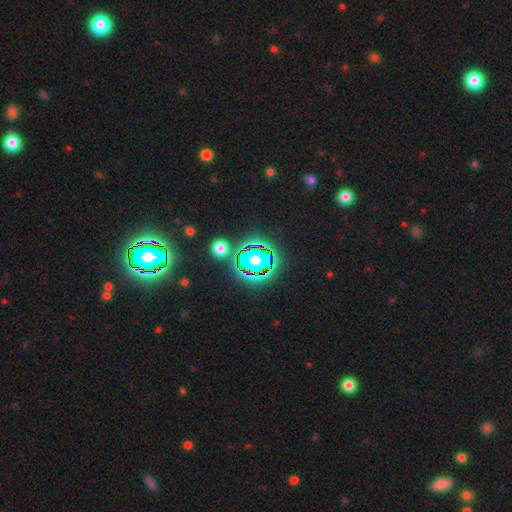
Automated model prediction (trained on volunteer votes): star or artifact 82%, smooth 11%, featured or disk 7%.